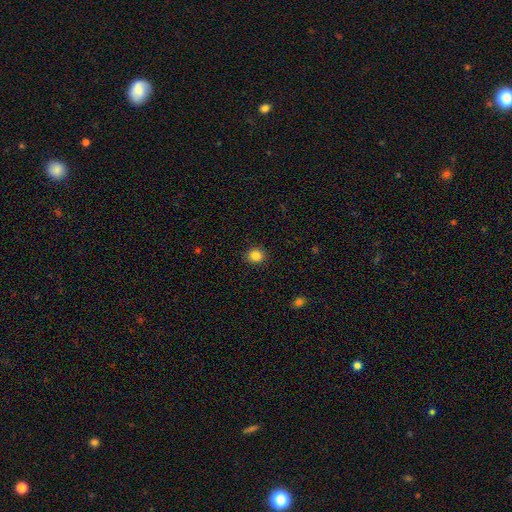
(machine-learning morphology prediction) This is clearly a smooth galaxy (85%). How rounded: clearly round (82%). Merging: clearly none (91%).